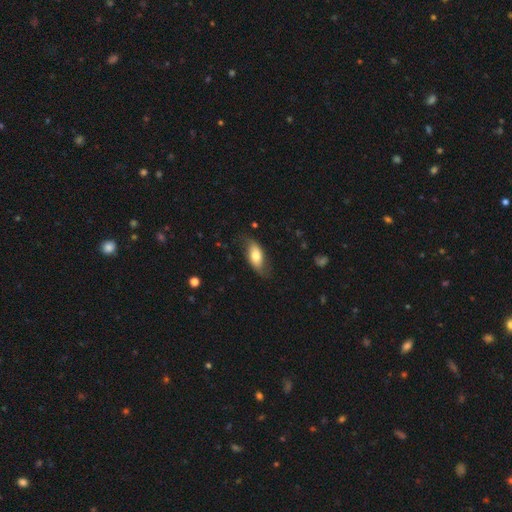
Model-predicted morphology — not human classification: The model was most divided on "smooth or featured": smooth: 61%, featured or disk: 32%, star or artifact: 6%. More confident: how rounded — in between (87%); merging — none (66%).